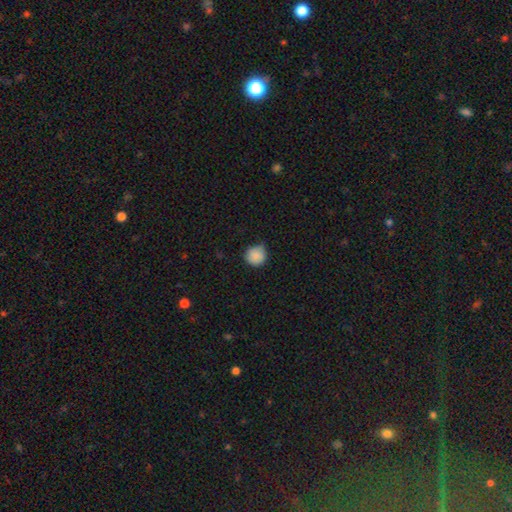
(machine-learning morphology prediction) Overall: smooth (88%). How rounded: round (92%). Merging: none (71%).